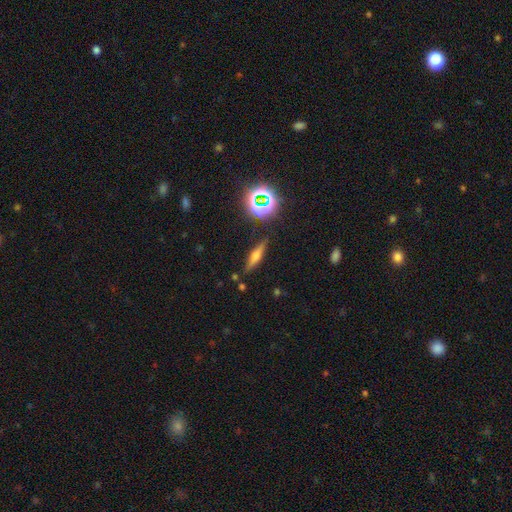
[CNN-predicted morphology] featured or disk 46%, smooth 38%, star or artifact 16%. Down the decision tree: merging — none (84%).